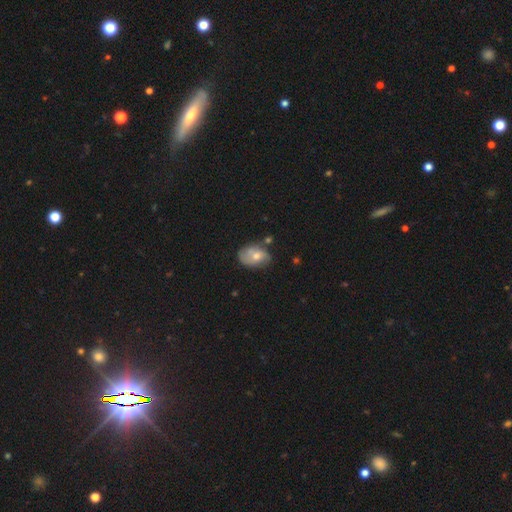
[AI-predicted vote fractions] The model was most divided on "smooth or featured": smooth: 49%, featured or disk: 43%, star or artifact: 8%. More confident: merging — none (55%).